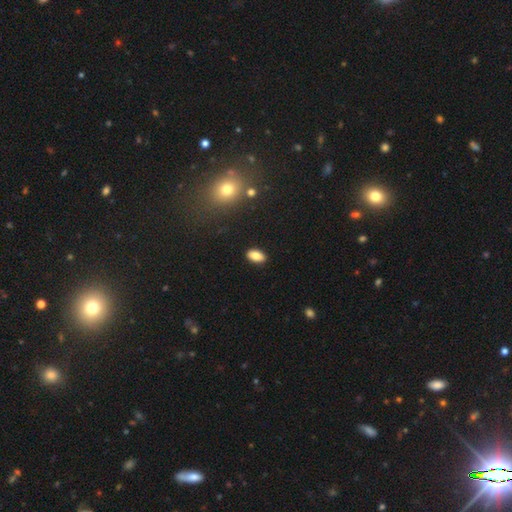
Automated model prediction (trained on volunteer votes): smooth_or_featured: smooth (p=0.83) [alt: star or artifact p=0.09]
how_rounded: in between (p=0.91) [alt: round p=0.05]
merging: none (p=0.89) [alt: minor disturbance p=0.08]